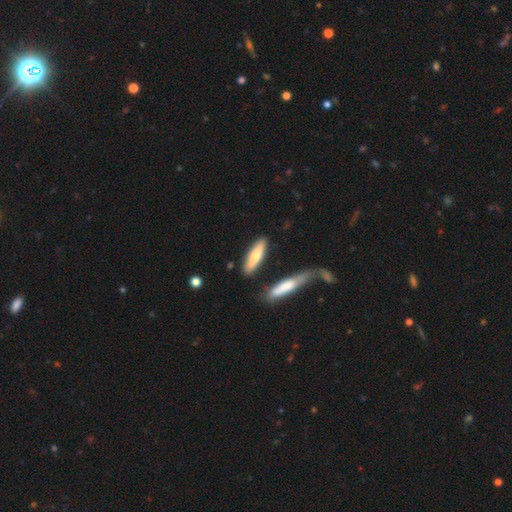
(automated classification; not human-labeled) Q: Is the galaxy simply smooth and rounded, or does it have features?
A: smooth — 70%.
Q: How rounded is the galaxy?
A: cigar-shaped — 69%.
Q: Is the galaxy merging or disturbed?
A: none — 78%.